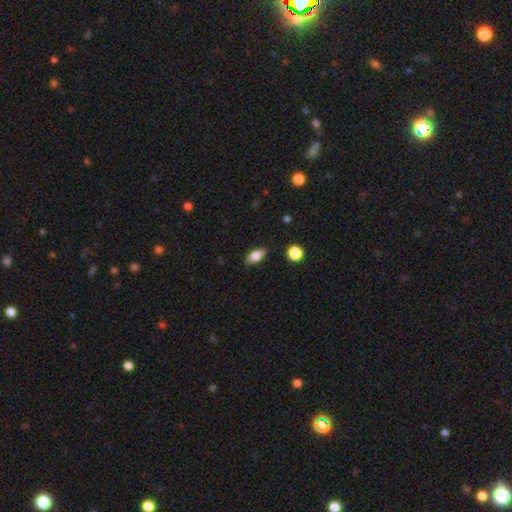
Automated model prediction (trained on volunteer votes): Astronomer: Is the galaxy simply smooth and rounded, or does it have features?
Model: smooth — 78%.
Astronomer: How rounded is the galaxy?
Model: in between — 85%.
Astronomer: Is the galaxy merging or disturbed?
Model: none — 85%.